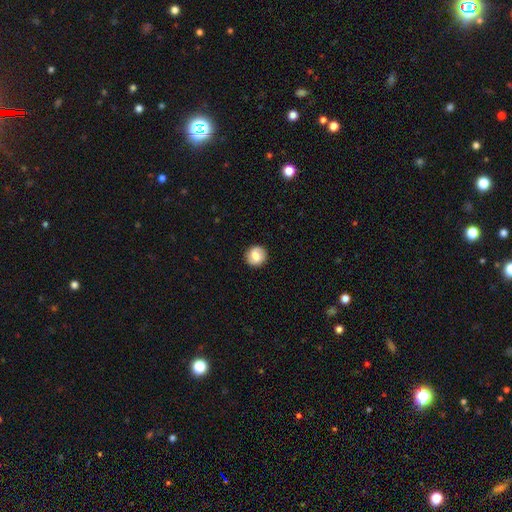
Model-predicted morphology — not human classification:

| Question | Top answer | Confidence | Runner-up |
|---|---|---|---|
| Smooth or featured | smooth | 66% | featured or disk (26%) |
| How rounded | round | 90% | in between (9%) |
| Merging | none | 89% | minor disturbance (7%) |